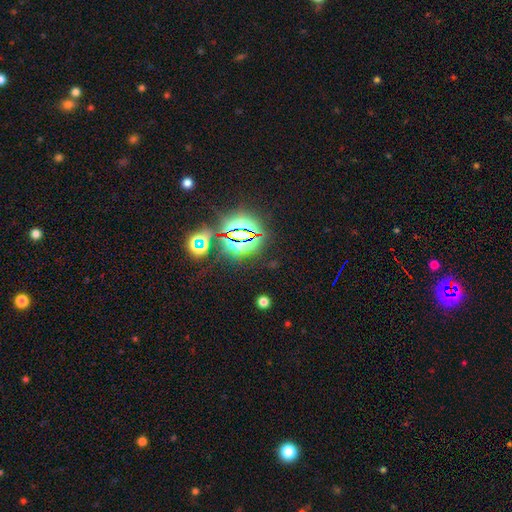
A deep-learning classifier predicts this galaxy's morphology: Smooth or featured? Predicted: star or artifact (p=0.79).